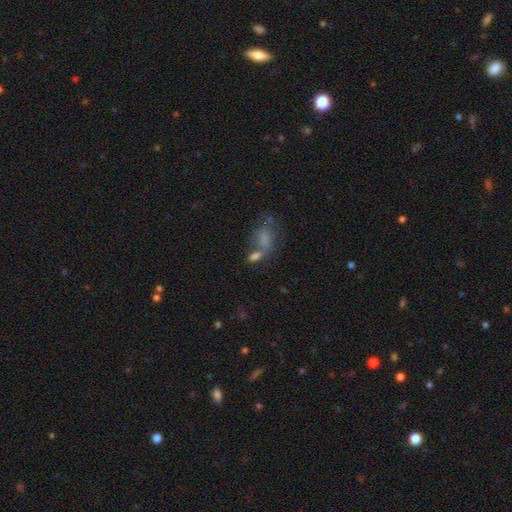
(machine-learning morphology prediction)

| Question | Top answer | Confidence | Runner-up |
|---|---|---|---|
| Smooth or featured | smooth | 64% | star or artifact (19%) |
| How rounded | in between | 79% | round (16%) |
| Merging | merger | 43% | none (32%) |